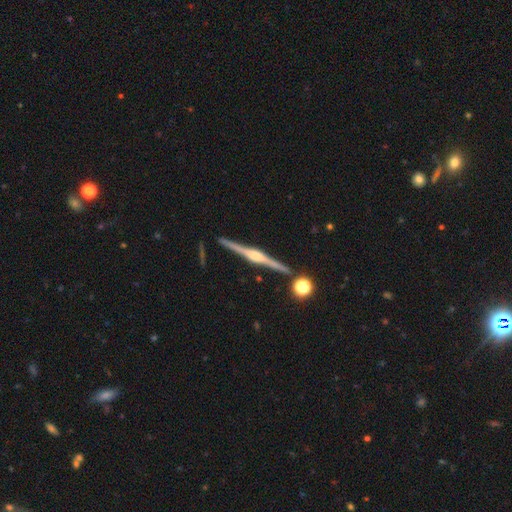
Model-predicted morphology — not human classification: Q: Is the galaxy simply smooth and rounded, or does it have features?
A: featured or disk — 87%.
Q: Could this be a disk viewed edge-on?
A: yes — 98%.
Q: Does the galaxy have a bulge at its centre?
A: rounded — 80%.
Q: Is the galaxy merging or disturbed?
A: none — 90%.